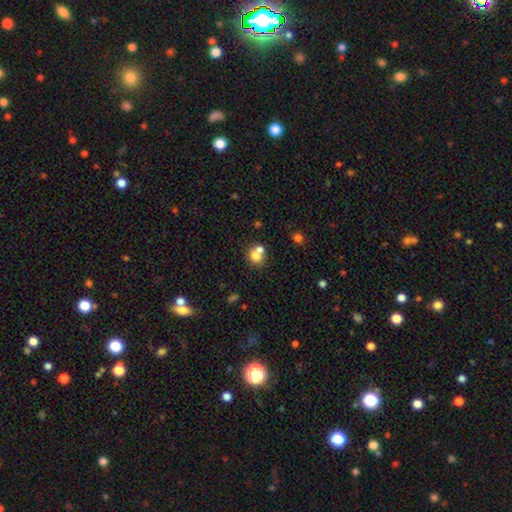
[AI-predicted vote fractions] Morphology: type=smooth (72%); roundness=round (70%); merging=merger (51%).